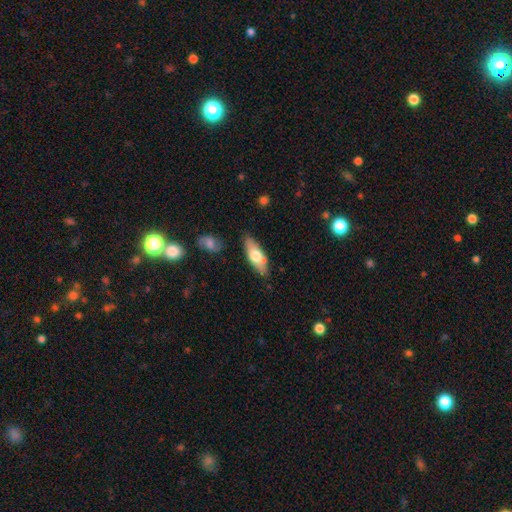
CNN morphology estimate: Smooth or featured? smooth (61%)
How rounded? in between (70%)
Merging? none (79%)